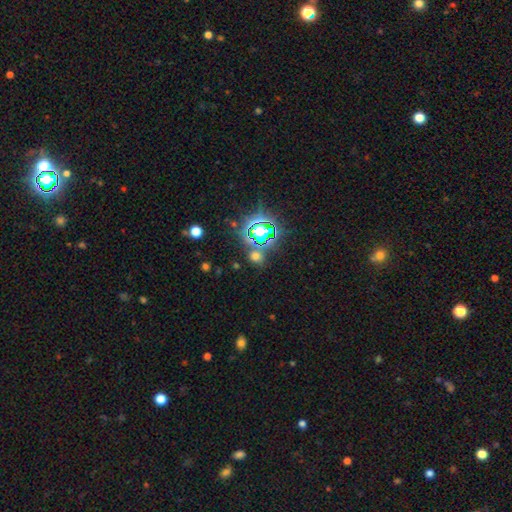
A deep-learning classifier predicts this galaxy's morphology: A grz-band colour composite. It shows a smooth galaxy with no disk features (47%). Merging: none (78%).